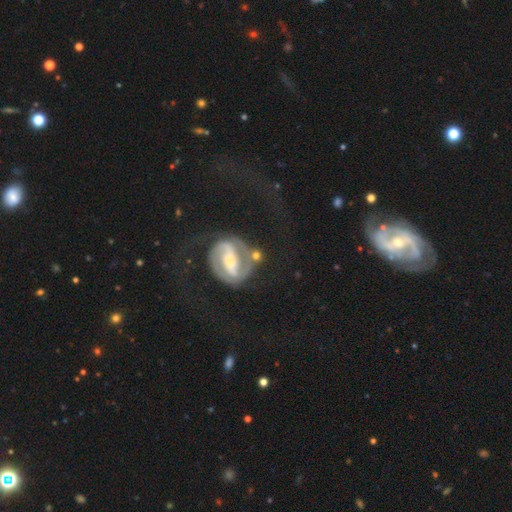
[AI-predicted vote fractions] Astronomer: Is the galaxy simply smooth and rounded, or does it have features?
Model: featured or disk — 78%.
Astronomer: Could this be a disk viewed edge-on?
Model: no — 96%.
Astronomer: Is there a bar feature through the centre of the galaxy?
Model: strong — 56%.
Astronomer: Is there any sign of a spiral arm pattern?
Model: yes — 90%.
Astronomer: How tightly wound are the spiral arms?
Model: medium — 47% (runner-up: tight, 37%).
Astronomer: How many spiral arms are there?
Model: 2 — 91%.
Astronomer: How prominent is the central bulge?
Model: small — 42% (runner-up: moderate, 41%).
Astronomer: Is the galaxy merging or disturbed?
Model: none — 65%.